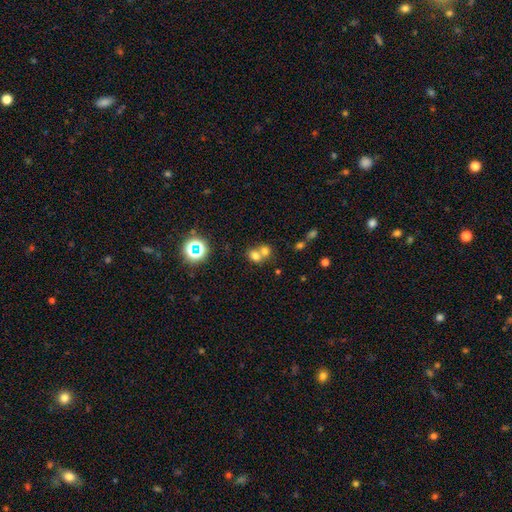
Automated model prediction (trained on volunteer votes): smooth-or-featured: smooth: 68% | star or artifact: 18% | featured or disk: 13%
  how-rounded: round: 61% | in between: 38% | cigar-shaped: 1%
  merging: merger: 57% | none: 34% | minor disturbance: 6% | major disturbance: 3%